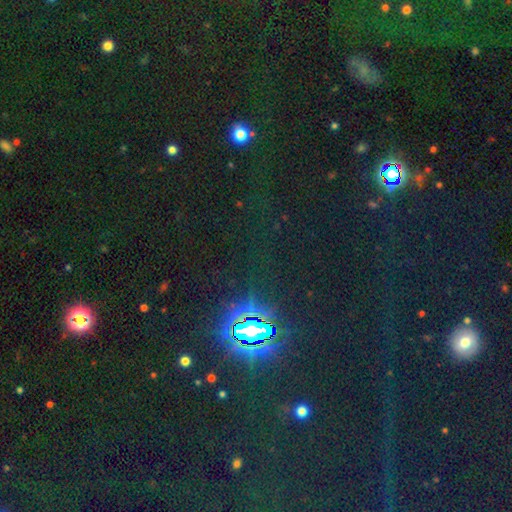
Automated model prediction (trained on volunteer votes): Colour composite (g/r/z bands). It shows a star or artifact, not a galaxy (82%).